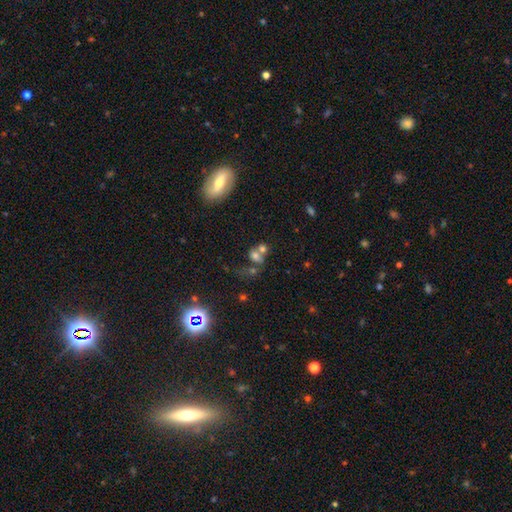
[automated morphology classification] A smooth galaxy with no disk features (63%) that is in between round and cigar-shaped (51%). Merging: merger (56%).